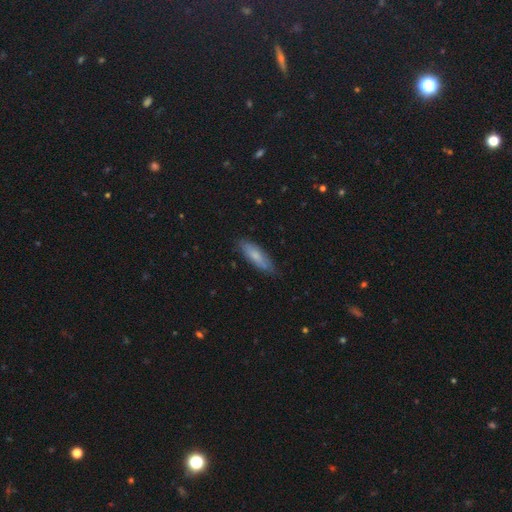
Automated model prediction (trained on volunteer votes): smooth_or_featured: smooth (p=0.72) [alt: featured or disk p=0.22]
how_rounded: cigar-shaped (p=0.55) [alt: in between p=0.43]
merging: none (p=0.81) [alt: minor disturbance p=0.16]